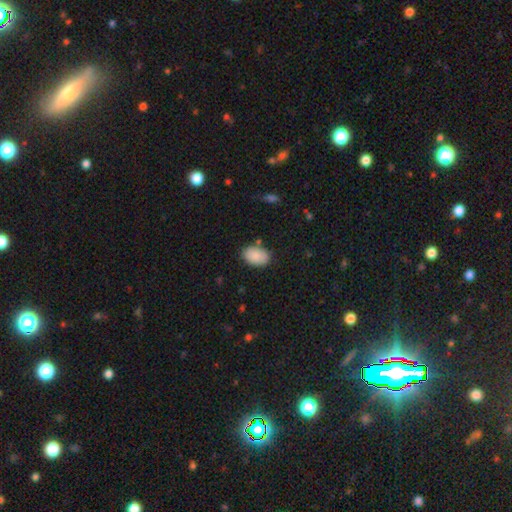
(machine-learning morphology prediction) A smooth galaxy with no disk features (88%) that is in between round and cigar-shaped (90%). Merging: none (81%).